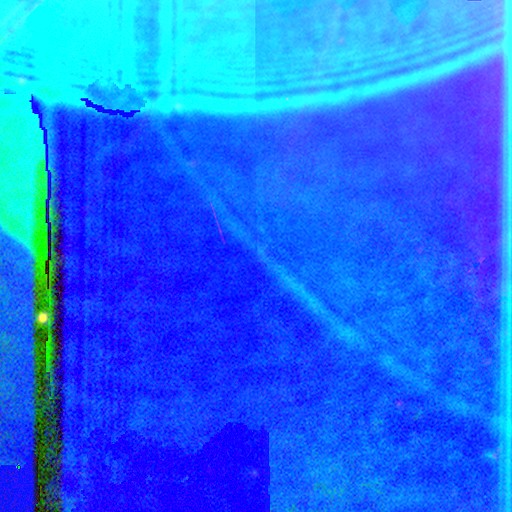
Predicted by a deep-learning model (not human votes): This is clearly a star or artifact rather than a galaxy (86%).